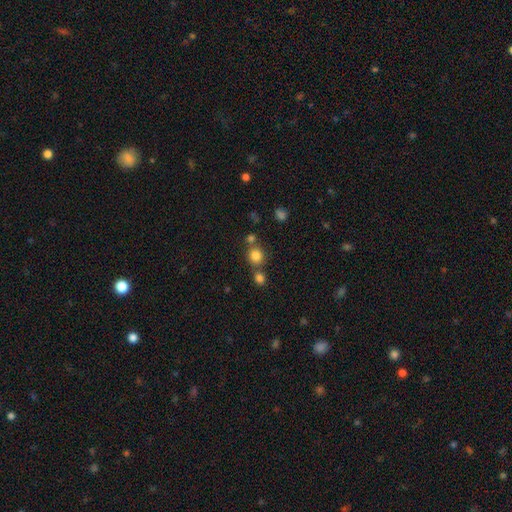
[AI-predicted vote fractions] smooth-or-featured: smooth: 81% | star or artifact: 13% | featured or disk: 6%
  how-rounded: round: 86% | in between: 13% | cigar-shaped: 1%
  merging: none: 63% | merger: 25% | minor disturbance: 8% | major disturbance: 3%